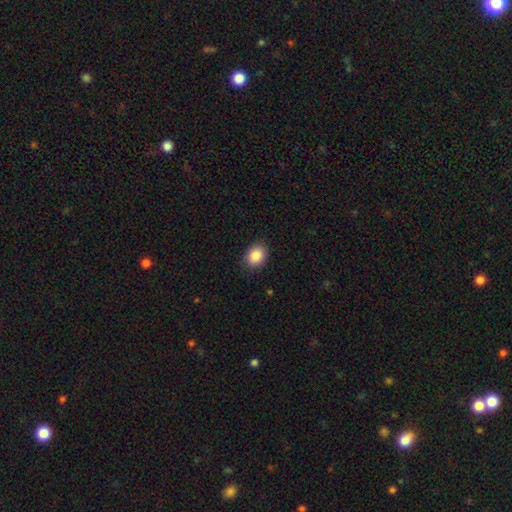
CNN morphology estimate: This is clearly a smooth galaxy (88%). How rounded: likely in between (67%). Merging: clearly none (85%).